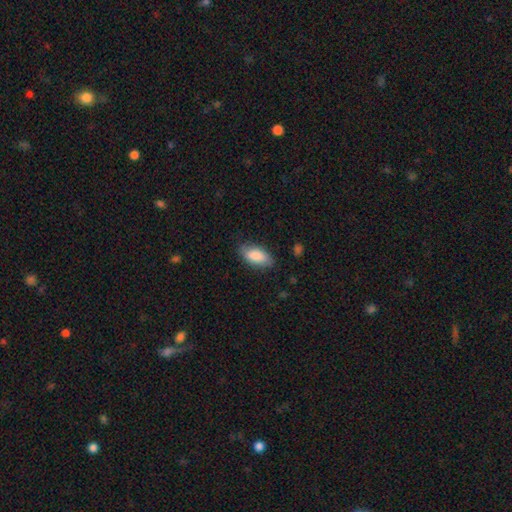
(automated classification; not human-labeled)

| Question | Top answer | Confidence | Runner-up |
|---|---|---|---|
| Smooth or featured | smooth | 86% | featured or disk (8%) |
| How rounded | in between | 89% | cigar-shaped (9%) |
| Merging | none | 81% | minor disturbance (15%) |